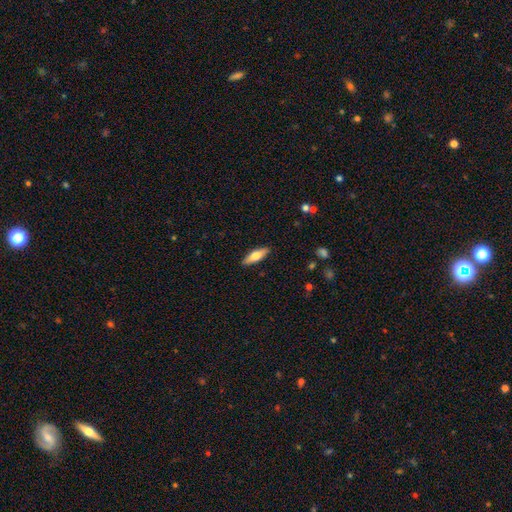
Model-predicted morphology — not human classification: Smooth or featured?
  - smooth: 62% *
  - featured or disk: 32%
  - star or artifact: 6%
How rounded?
  - in between: 50% *
  - cigar-shaped: 48%
  - round: 2%
Merging?
  - none: 89% *
  - minor disturbance: 8%
  - major disturbance: 2%
  - merger: 1%